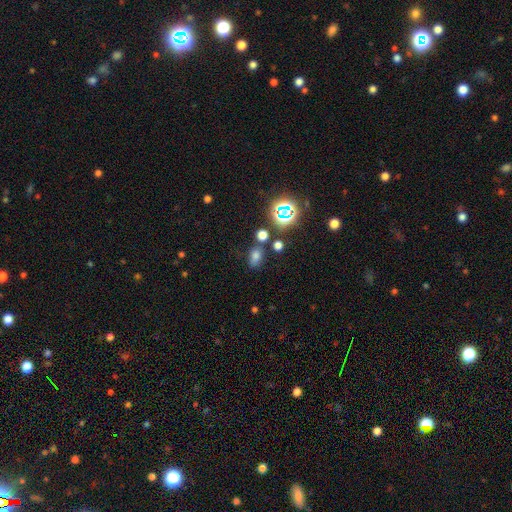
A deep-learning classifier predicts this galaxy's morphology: Smooth or featured?
  - smooth: 63% *
  - star or artifact: 28%
  - featured or disk: 8%
How rounded?
  - in between: 74% *
  - round: 24%
  - cigar-shaped: 2%
Merging?
  - none: 73% *
  - minor disturbance: 13%
  - merger: 9%
  - major disturbance: 5%